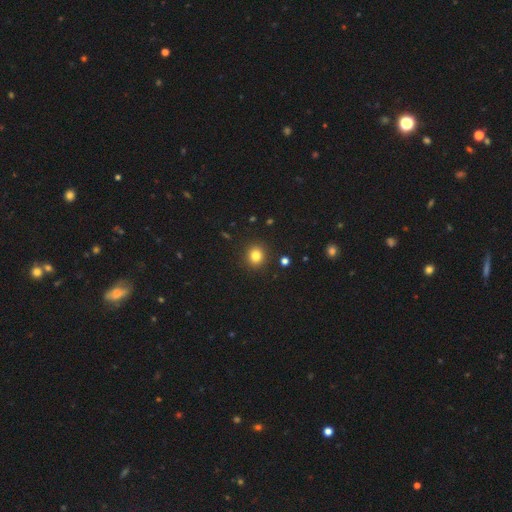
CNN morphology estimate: Smooth or featured? smooth (82%)
How rounded? round (83%)
Merging? none (91%)